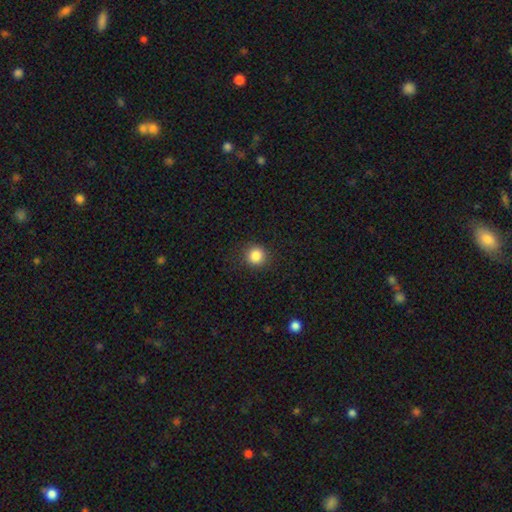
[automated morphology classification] A smooth galaxy with no disk features (85%) that is round (92%). Merging: none (89%).